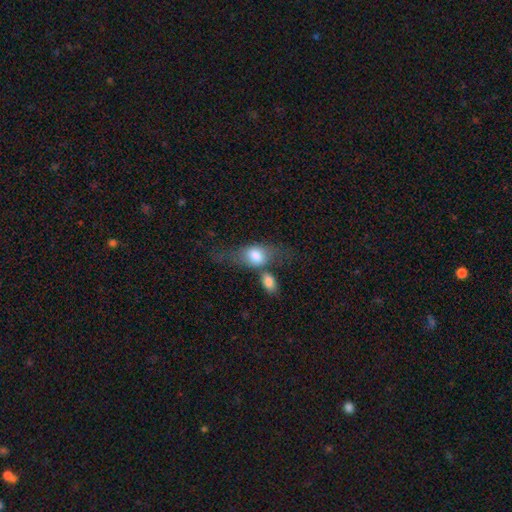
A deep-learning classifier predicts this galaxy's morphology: Smooth or featured? Predicted: smooth (p=0.64). How rounded? Predicted: in between (p=0.67). Merging? Predicted: none (p=0.37).